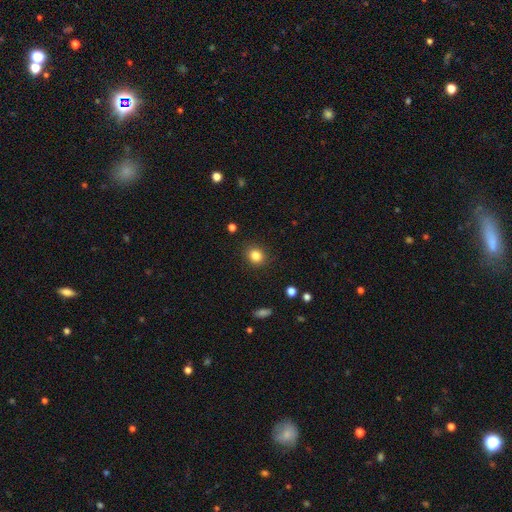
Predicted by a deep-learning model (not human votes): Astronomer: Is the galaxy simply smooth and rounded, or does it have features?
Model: smooth — 84%.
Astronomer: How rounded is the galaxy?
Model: round — 76%.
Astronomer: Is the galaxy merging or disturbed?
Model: none — 89%.